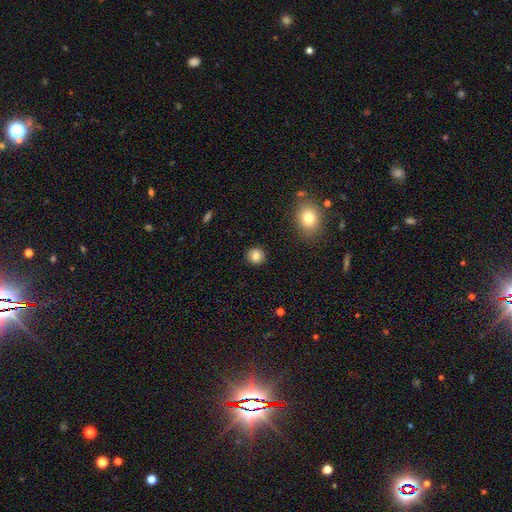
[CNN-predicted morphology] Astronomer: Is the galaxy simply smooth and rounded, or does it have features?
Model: smooth — 83%.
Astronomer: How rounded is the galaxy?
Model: round — 88%.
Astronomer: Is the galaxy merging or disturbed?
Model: none — 91%.